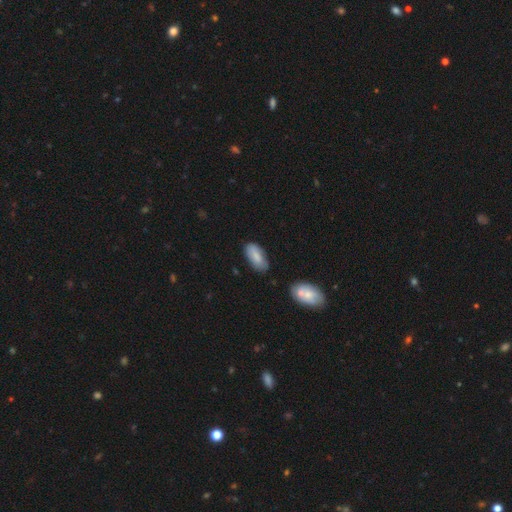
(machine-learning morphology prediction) Smooth or featured: smooth — 80% (featured or disk — 14%)
How rounded: in between — 89% (cigar-shaped — 9%)
Merging: none — 73% (minor disturbance — 21%)